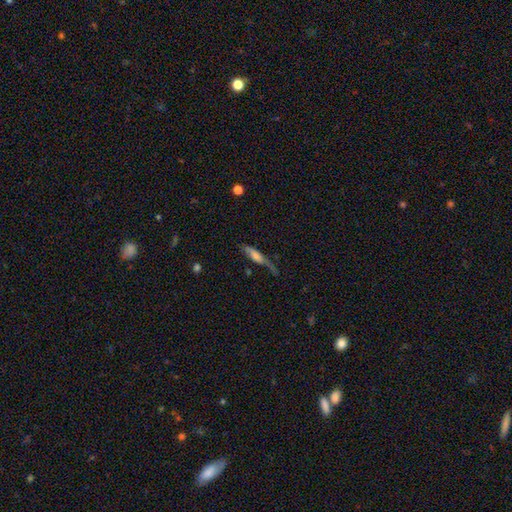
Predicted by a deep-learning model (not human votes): smooth_or_featured: smooth (p=0.48) [alt: featured or disk p=0.44]
merging: none (p=0.48) [alt: minor disturbance p=0.28]